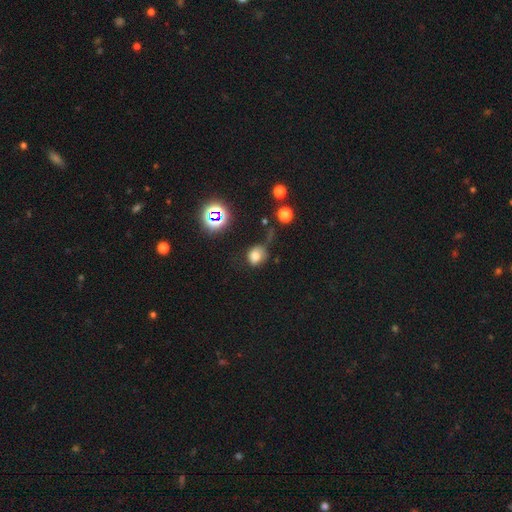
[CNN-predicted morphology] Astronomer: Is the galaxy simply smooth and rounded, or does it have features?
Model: smooth — 73%.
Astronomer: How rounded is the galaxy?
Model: round — 62%.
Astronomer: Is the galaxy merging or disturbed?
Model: none — 45% (runner-up: minor disturbance, 30%).